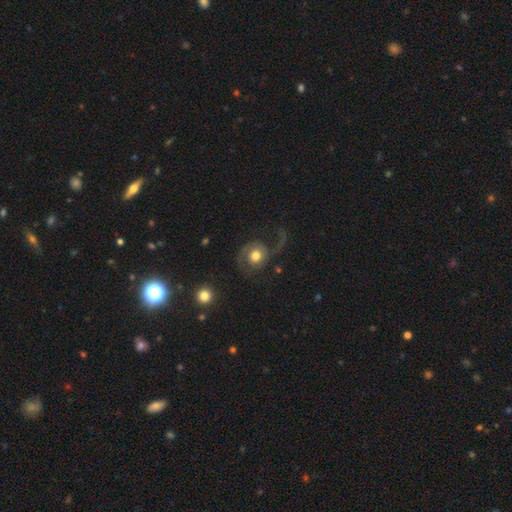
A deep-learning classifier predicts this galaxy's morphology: Smooth or featured?
  - featured or disk: 60% *
  - smooth: 33%
  - star or artifact: 8%
Edge-on disk?
  - no: 97% *
  - yes: 3%
Bar?
  - no: 78% *
  - weak: 18%
  - strong: 4%
Spiral arms?
  - yes: 87% *
  - no: 13%
Spiral winding?
  - loose: 62% *
  - medium: 30%
  - tight: 9%
Spiral arm count?
  - 2: 63% *
  - 1: 31%
  - can't tell: 3%
  - 3: 1%
  - 4: 1%
  - more than 4: 1%
Bulge size?
  - moderate: 59% *
  - large: 28%
  - small: 7%
  - dominant: 4%
  - none: 1%
Merging?
  - none: 47% *
  - major disturbance: 34%
  - minor disturbance: 16%
  - merger: 3%